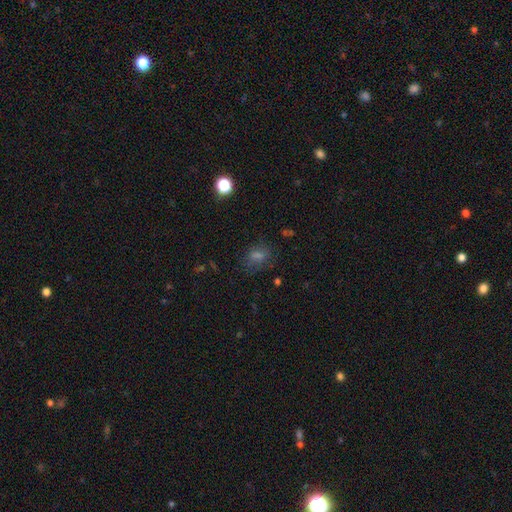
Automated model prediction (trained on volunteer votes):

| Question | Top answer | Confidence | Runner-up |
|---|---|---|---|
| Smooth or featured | smooth | 53% | star or artifact (31%) |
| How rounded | in between | 60% | round (38%) |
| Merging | none | 72% | minor disturbance (17%) |